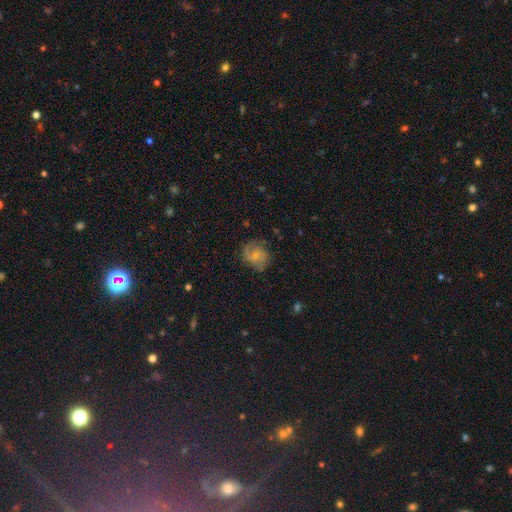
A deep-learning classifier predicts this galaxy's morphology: Smooth or featured?
  - featured or disk: 52% *
  - smooth: 40%
  - star or artifact: 8%
Edge-on disk?
  - no: 98% *
  - yes: 2%
Bar?
  - no: 63% *
  - weak: 33%
  - strong: 5%
Spiral arms?
  - yes: 87% *
  - no: 13%
Bulge size?
  - small: 55% *
  - moderate: 28%
  - none: 13%
  - large: 3%
  - dominant: 1%
Merging?
  - none: 68% *
  - minor disturbance: 21%
  - major disturbance: 10%
  - merger: 1%